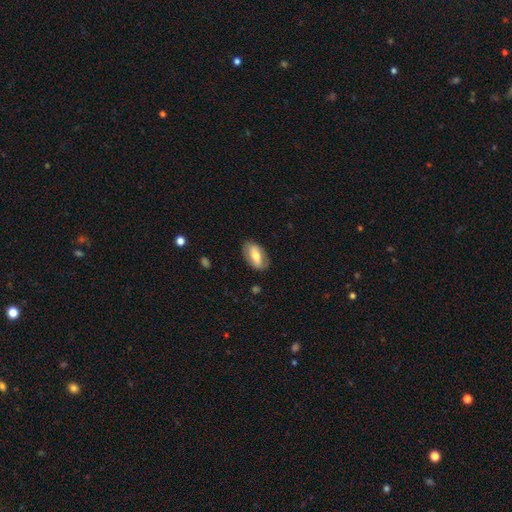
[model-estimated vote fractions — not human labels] Morphology: type=smooth (57%); roundness=in between (91%); merging=none (81%).